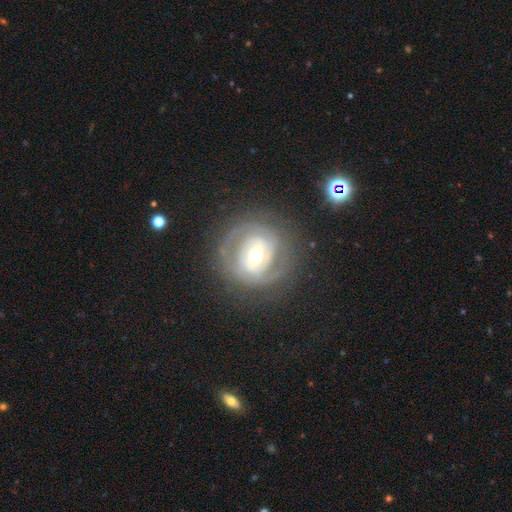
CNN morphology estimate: smooth_or_featured: featured or disk (p=0.76) [alt: smooth p=0.17]
disk_edge_on: no (p=0.96) [alt: yes p=0.04]
bar: weak (p=0.39) [alt: no p=0.36]
has_spiral_arms: yes (p=0.73) [alt: no p=0.27]
spiral_winding: tight (p=0.62) [alt: medium p=0.26]
spiral_arm_count: 2 (p=0.47) [alt: can't tell p=0.28]
bulge_size: moderate (p=0.72) [alt: large p=0.14]
merging: none (p=0.75) [alt: minor disturbance p=0.15]